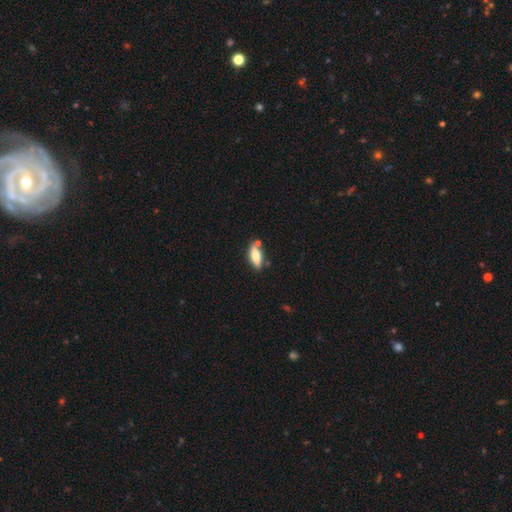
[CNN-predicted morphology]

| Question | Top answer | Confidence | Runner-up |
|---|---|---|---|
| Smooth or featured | smooth | 63% | featured or disk (30%) |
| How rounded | in between | 62% | cigar-shaped (35%) |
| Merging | none | 73% | minor disturbance (15%) |